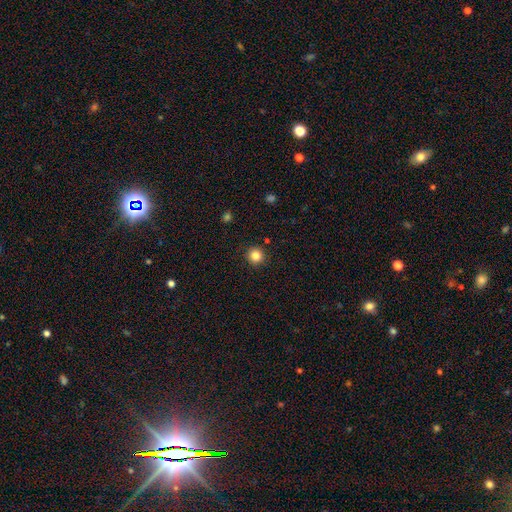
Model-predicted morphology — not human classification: This appears to be a smooth galaxy with no disk features (84%) that is round (94%). Merging: none (92%).